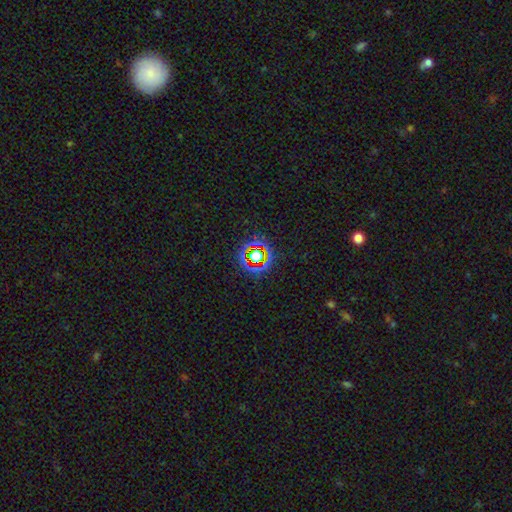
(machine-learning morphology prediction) Smooth or featured: star or artifact — 68% (smooth — 21%)